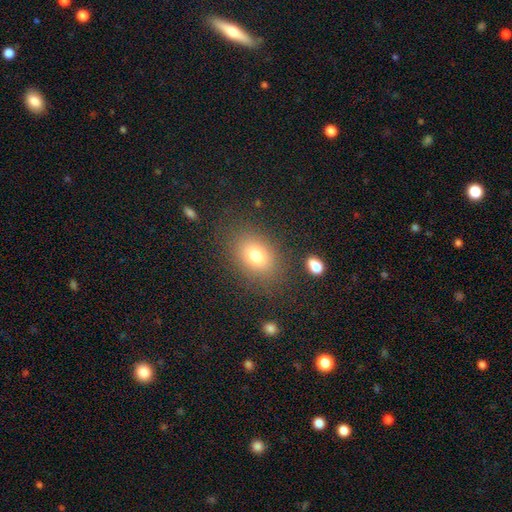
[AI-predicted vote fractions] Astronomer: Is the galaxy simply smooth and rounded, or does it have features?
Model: smooth — 77%.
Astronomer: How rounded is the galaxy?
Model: in between — 71%.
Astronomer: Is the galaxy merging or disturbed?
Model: none — 80%.